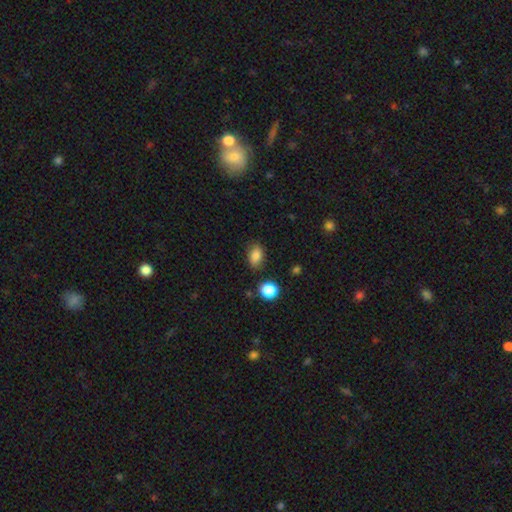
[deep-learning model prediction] A smooth galaxy with no disk features (84%) that is in between round and cigar-shaped (81%).

Vote fractions:
- Smooth or featured? smooth: 84% / star or artifact: 10% / featured or disk: 6%
- How rounded? in between: 81% / round: 18% / cigar-shaped: 2%
- Merging? none: 79% / minor disturbance: 15% / major disturbance: 4% / merger: 3%